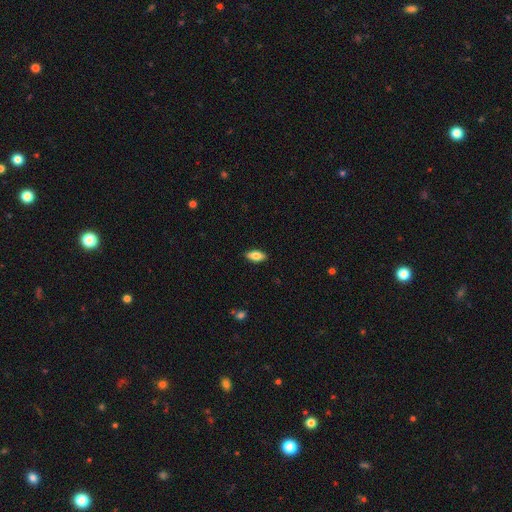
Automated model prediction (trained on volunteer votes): This appears to be a smooth galaxy with no disk features (82%) that is in between round and cigar-shaped (84%). Merging: none (89%).